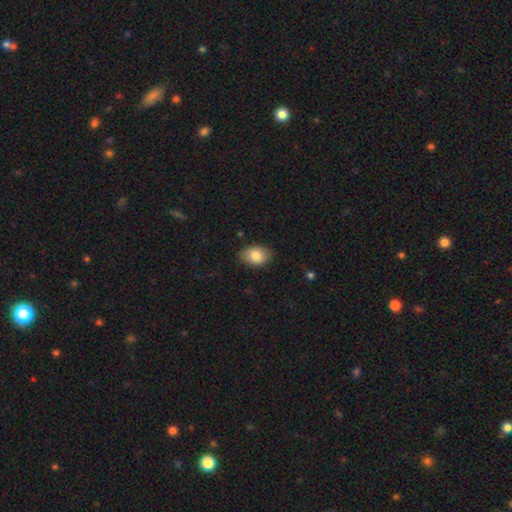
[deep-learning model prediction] This appears to be a smooth galaxy with no disk features (84%) that is in between round and cigar-shaped (79%). Merging: none (83%).